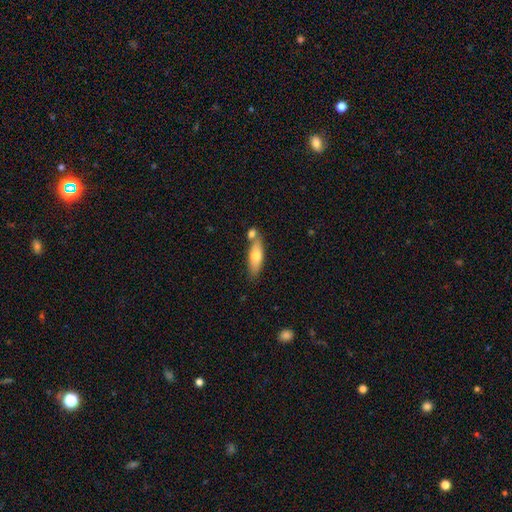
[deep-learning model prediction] Smooth or featured: smooth — 66% (featured or disk — 28%)
How rounded: in between — 52% (cigar-shaped — 46%)
Merging: none — 58% (merger — 25%)